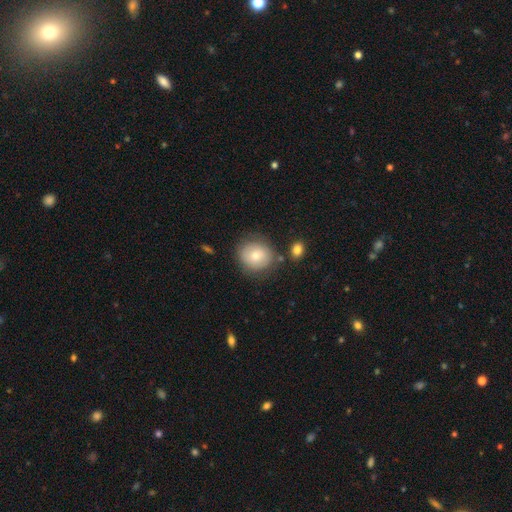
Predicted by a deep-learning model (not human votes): smooth 72%, featured or disk 20%, star or artifact 8%. Down the decision tree: how rounded — round (79%); merging — none (76%).